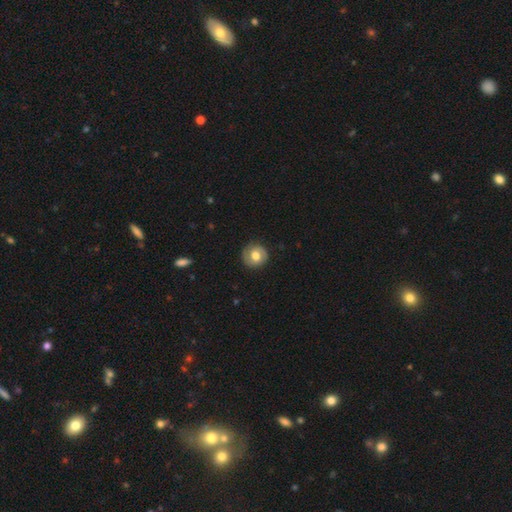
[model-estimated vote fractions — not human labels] Smooth or featured: smooth — 60% (featured or disk — 33%)
How rounded: round — 90% (in between — 9%)
Merging: none — 85% (minor disturbance — 11%)